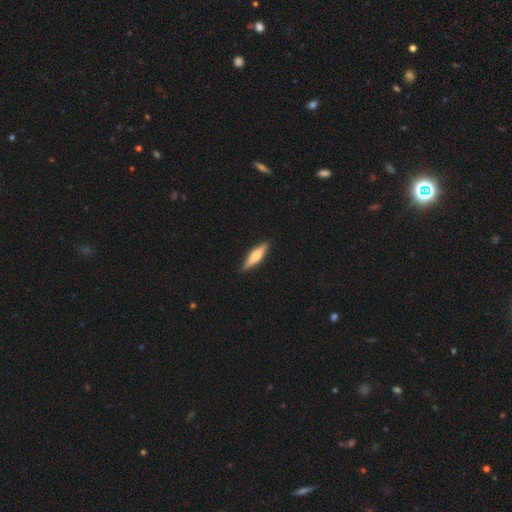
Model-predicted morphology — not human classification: Q: Smooth or featured?
A: featured or disk (48%); runner-up: smooth (47%)
Q: Merging?
A: none (90%); runner-up: minor disturbance (8%)